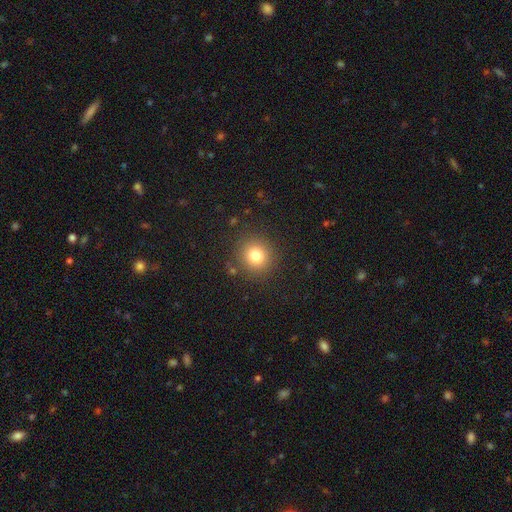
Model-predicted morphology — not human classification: A smooth galaxy with no disk features (79%) that is round (90%). Merging: none (88%).